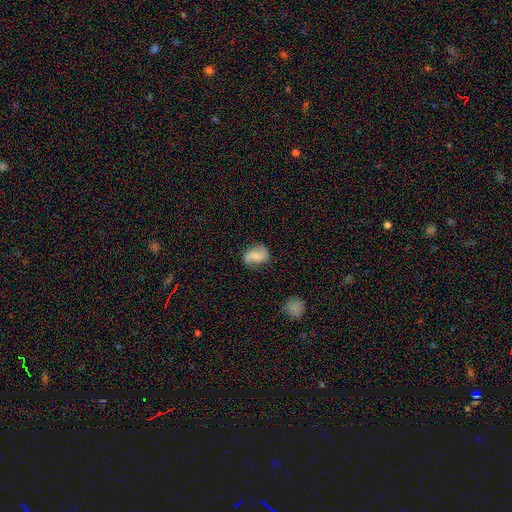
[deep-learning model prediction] The model was most divided on "bulge size": small: 36%, moderate: 33%, none: 23%, large: 6%, dominant: 2%. Remaining: edge-on disk — no (97%); spiral arms — yes (92%); spiral arm count — 2 (88%); merging — none (74%); smooth or featured — featured or disk (56%); bar — no (50%); spiral winding — loose (50%).